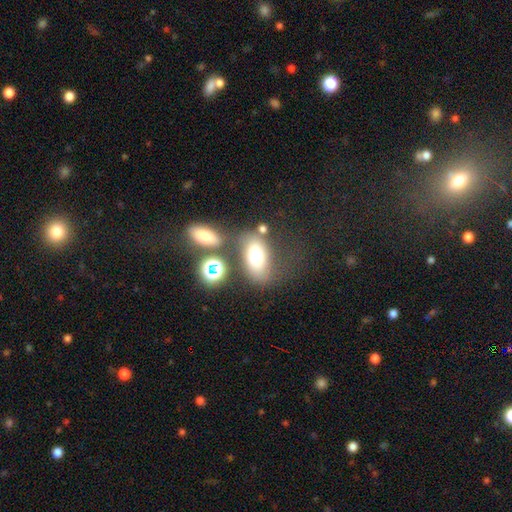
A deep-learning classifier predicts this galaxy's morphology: smooth 70%, featured or disk 18%, star or artifact 12%. Down the decision tree: how rounded — in between (84%); merging — none (57%).